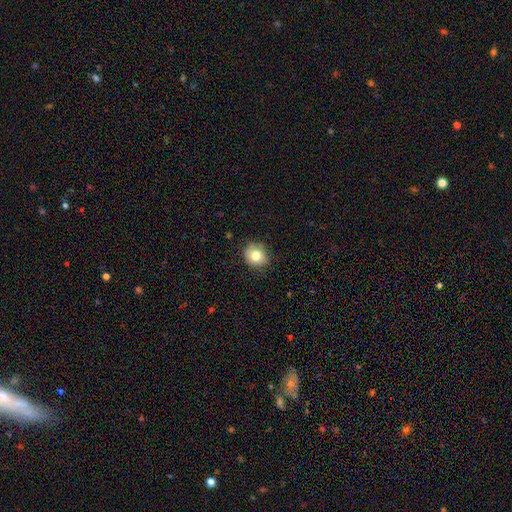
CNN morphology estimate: A smooth galaxy with no disk features (79%) that is round (72%).

Vote fractions:
- Smooth or featured? smooth: 79% / featured or disk: 11% / star or artifact: 10%
- How rounded? round: 72% / in between: 27% / cigar-shaped: 1%
- Merging? none: 81% / minor disturbance: 15% / major disturbance: 3% / merger: 1%